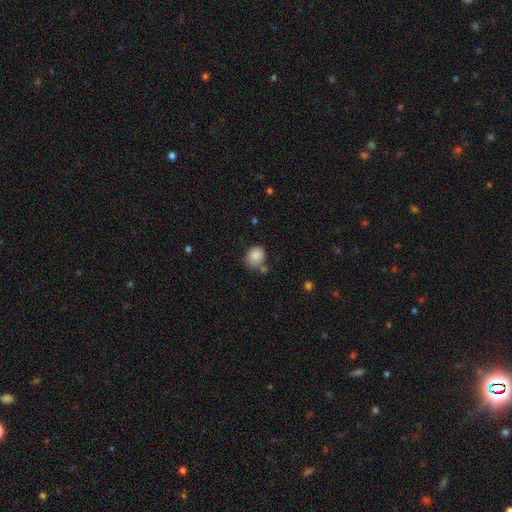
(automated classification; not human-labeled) Smooth or featured? Predicted: smooth (p=0.86). How rounded? Predicted: round (p=0.70). Merging? Predicted: none (p=0.65).